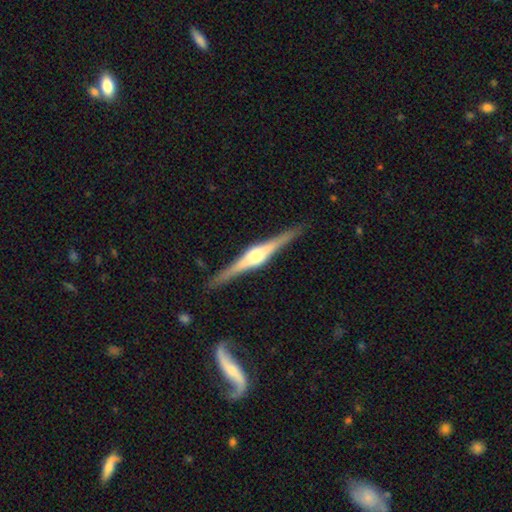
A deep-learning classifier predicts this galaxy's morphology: Smooth or featured: featured or disk — 84% (smooth — 11%)
Edge-on disk: yes — 98% (no — 2%)
Edge-on bulge: rounded — 90% (boxy — 8%)
Merging: none — 90% (minor disturbance — 7%)